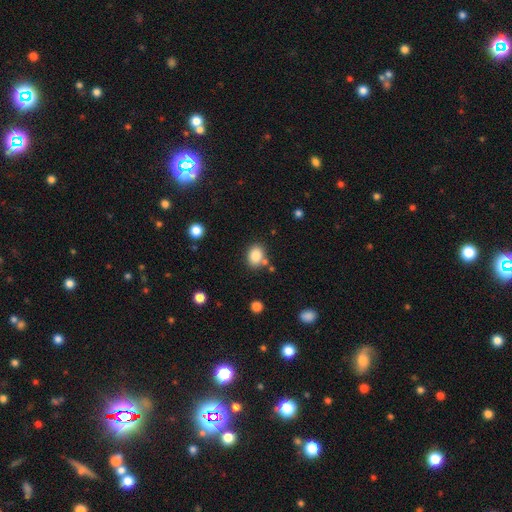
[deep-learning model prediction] smooth 85%, star or artifact 9%, featured or disk 6%. Down the decision tree: how rounded — in between (57%); merging — none (73%).